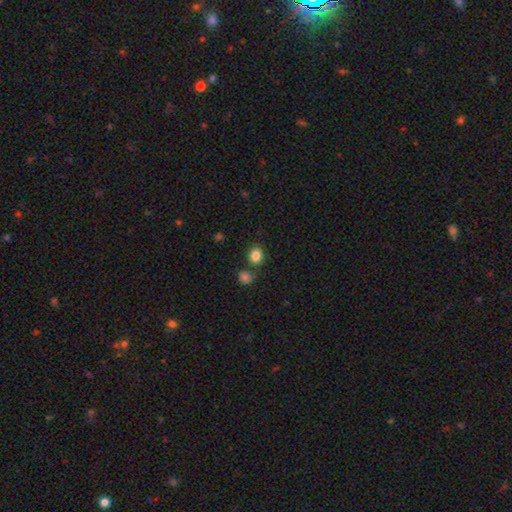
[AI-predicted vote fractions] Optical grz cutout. It shows a smooth galaxy with no disk features (85%) that is round (71%). Merging: none (77%).